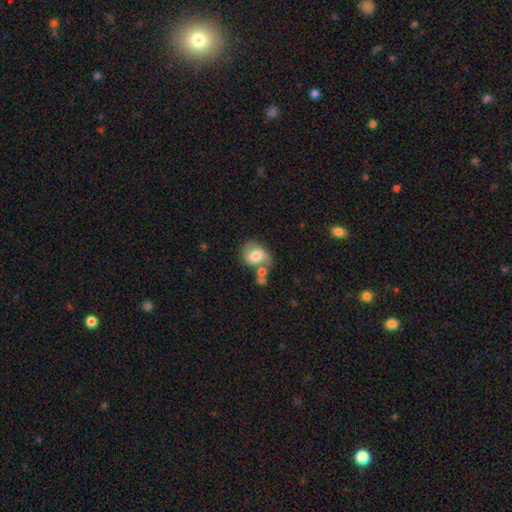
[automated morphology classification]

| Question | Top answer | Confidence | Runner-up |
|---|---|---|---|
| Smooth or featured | smooth | 63% | featured or disk (29%) |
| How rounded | in between | 61% | round (37%) |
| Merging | none | 47% | merger (23%) |